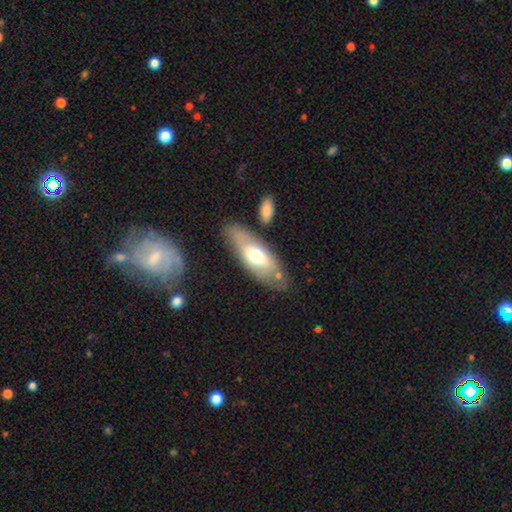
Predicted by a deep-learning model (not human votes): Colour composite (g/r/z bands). It shows a smooth galaxy with no disk features (56%) that is in between round and cigar-shaped (73%). Merging: none (70%).